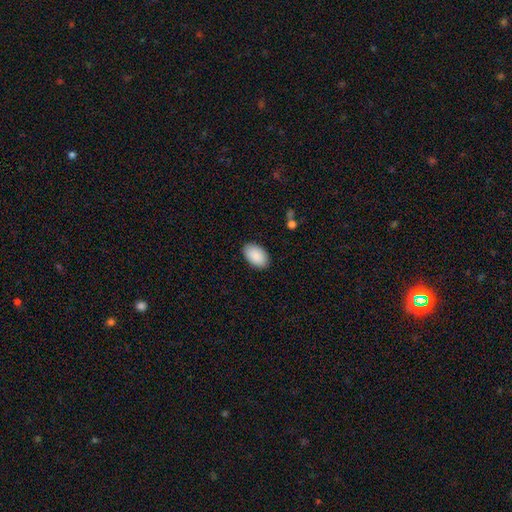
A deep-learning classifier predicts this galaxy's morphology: smooth 91%, star or artifact 5%, featured or disk 3%. Down the decision tree: how rounded — in between (94%); merging — none (89%).